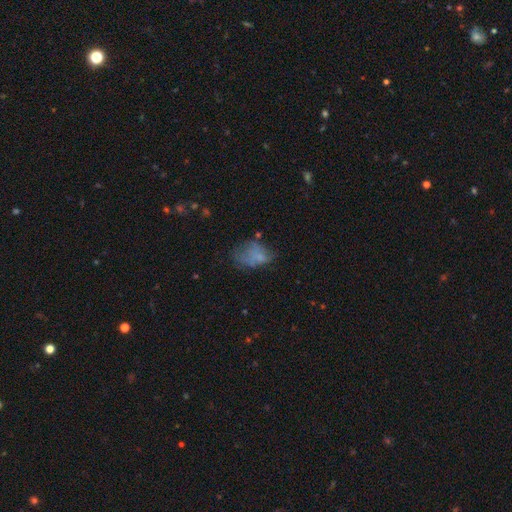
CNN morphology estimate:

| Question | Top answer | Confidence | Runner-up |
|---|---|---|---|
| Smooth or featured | smooth | 55% | featured or disk (29%) |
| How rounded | in between | 83% | round (15%) |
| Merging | none | 38% | major disturbance (29%) |